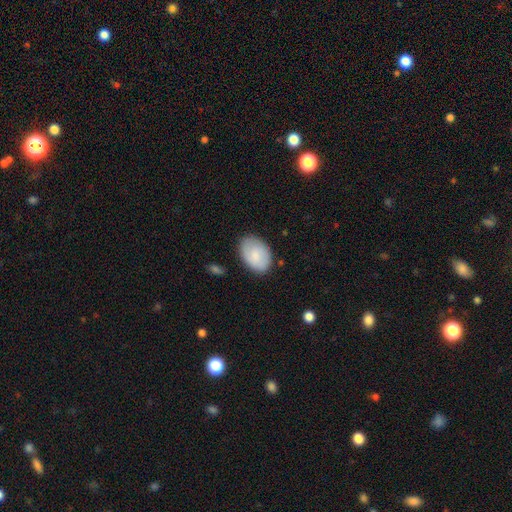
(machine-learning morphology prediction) Overall: smooth (79%). How rounded: in between (87%). Merging: none (81%).